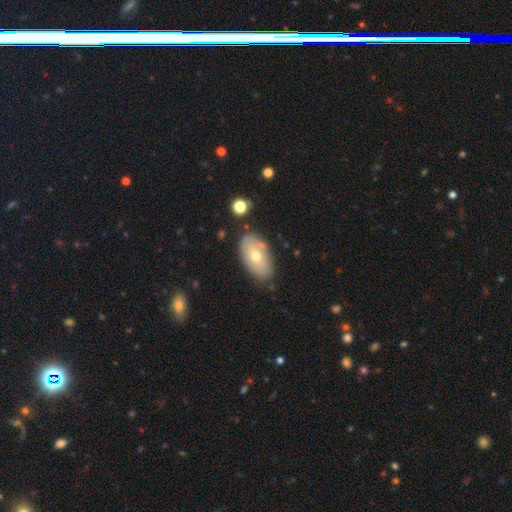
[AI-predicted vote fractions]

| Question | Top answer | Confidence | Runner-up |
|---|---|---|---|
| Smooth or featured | smooth | 59% | featured or disk (34%) |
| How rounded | in between | 93% | round (5%) |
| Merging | none | 73% | minor disturbance (18%) |